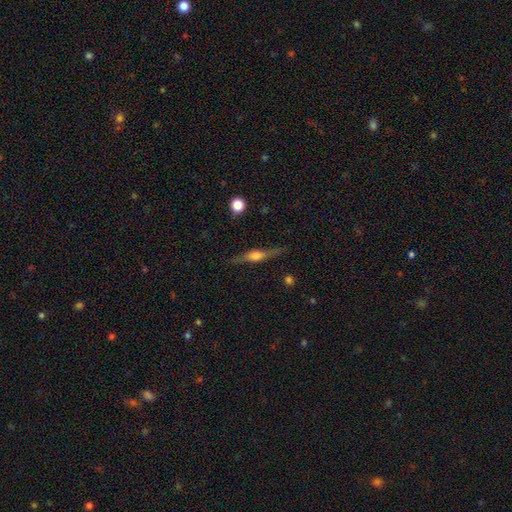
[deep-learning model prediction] Q: Smooth or featured?
A: featured or disk (70%); runner-up: smooth (23%)
Q: Edge-on disk?
A: yes (96%); runner-up: no (4%)
Q: Edge-on bulge?
A: rounded (84%); runner-up: boxy (13%)
Q: Merging?
A: none (83%); runner-up: minor disturbance (12%)